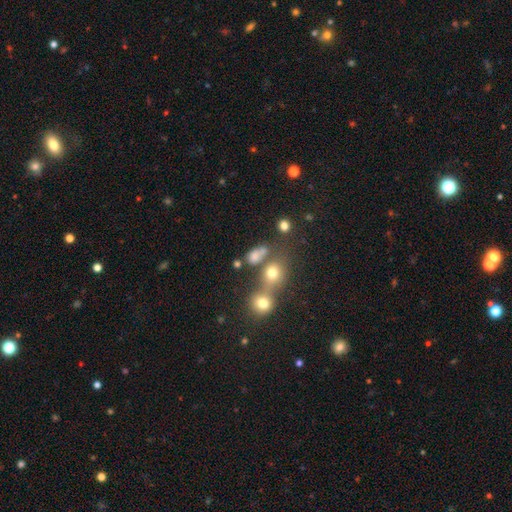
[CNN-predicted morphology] smooth 71%, star or artifact 17%, featured or disk 12%. Down the decision tree: how rounded — in between (57%); merging — none (42%).